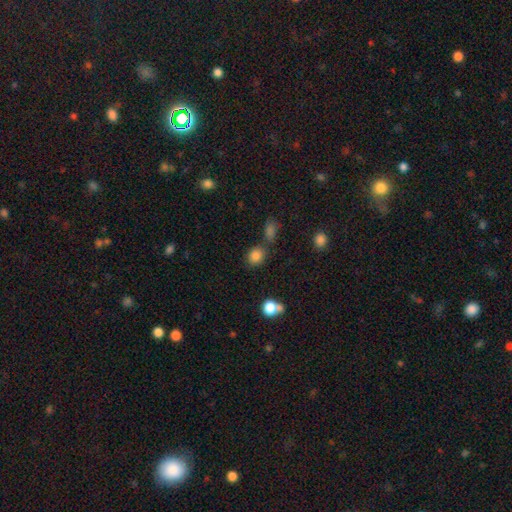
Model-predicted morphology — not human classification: Q: Smooth or featured?
A: smooth (83%); runner-up: star or artifact (12%)
Q: How rounded?
A: round (65%); runner-up: in between (33%)
Q: Merging?
A: none (68%); runner-up: merger (16%)